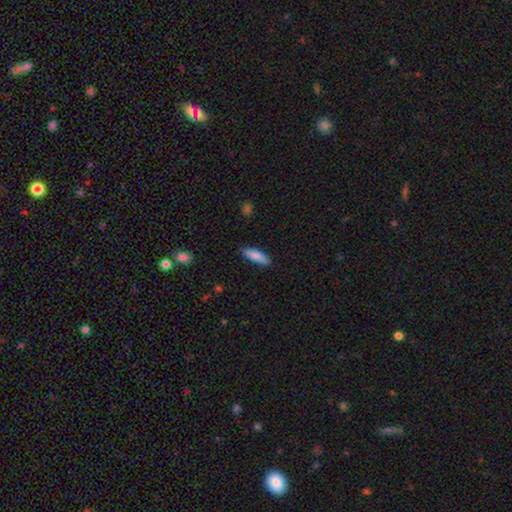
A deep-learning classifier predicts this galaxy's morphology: smooth-or-featured: smooth: 85% | featured or disk: 9% | star or artifact: 6%
  how-rounded: in between: 53% | cigar-shaped: 45% | round: 2%
  merging: none: 84% | minor disturbance: 12% | major disturbance: 2% | merger: 1%